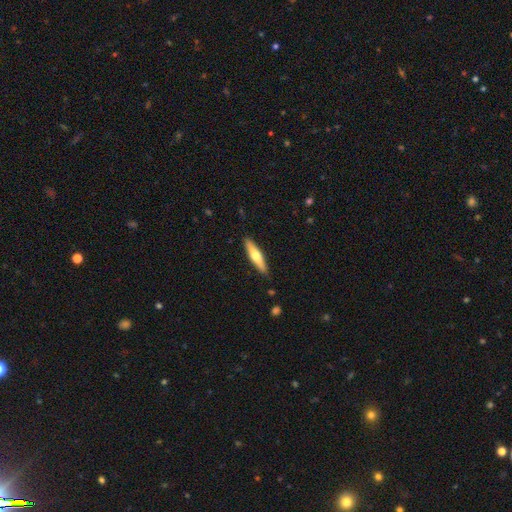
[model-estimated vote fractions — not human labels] smooth 54%, featured or disk 41%, star or artifact 5%. Down the decision tree: how rounded — cigar-shaped (79%); merging — none (88%).